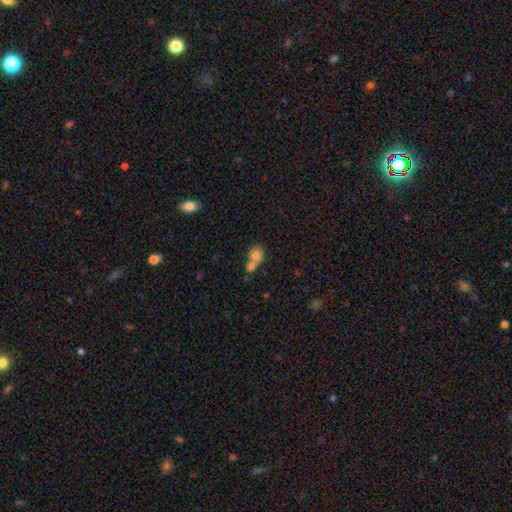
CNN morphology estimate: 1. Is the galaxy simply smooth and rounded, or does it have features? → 78% smooth, 12% featured or disk, 10% star or artifact.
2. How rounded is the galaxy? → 59% round, 40% in between, 1% cigar-shaped.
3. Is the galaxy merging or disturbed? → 66% merger, 24% none, 7% minor disturbance, 3% major disturbance.